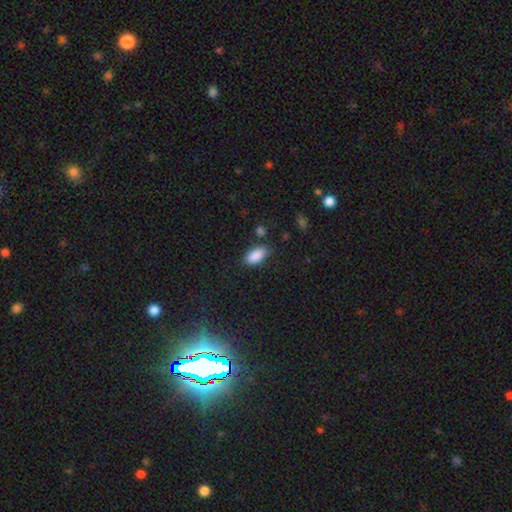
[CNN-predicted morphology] Smooth or featured?
  - smooth: 89% *
  - star or artifact: 7%
  - featured or disk: 4%
How rounded?
  - in between: 92% *
  - cigar-shaped: 5%
  - round: 3%
Merging?
  - none: 76% *
  - minor disturbance: 17%
  - major disturbance: 4%
  - merger: 4%